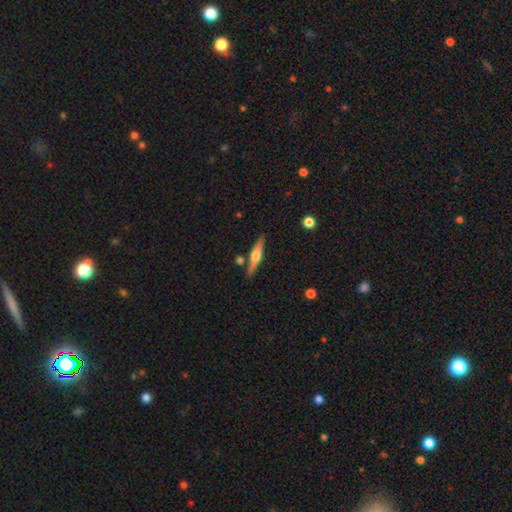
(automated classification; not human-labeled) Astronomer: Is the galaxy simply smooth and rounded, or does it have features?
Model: featured or disk — 65%.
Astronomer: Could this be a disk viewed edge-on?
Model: yes — 97%.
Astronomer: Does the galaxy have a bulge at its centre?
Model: rounded — 91%.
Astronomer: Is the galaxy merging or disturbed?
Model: none — 83%.